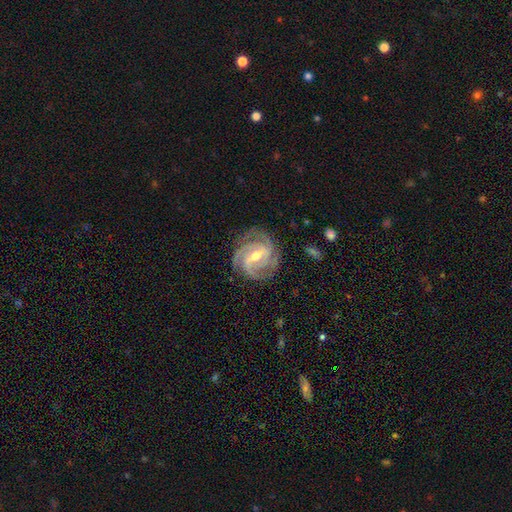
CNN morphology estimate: Smooth or featured? featured or disk (92%)
Edge-on disk? no (98%)
Bar? weak (47%)
Spiral arms? yes (98%)
Spiral winding? tight (62%)
Spiral arm count? 3 (42%)
Bulge size? moderate (59%)
Merging? none (80%)